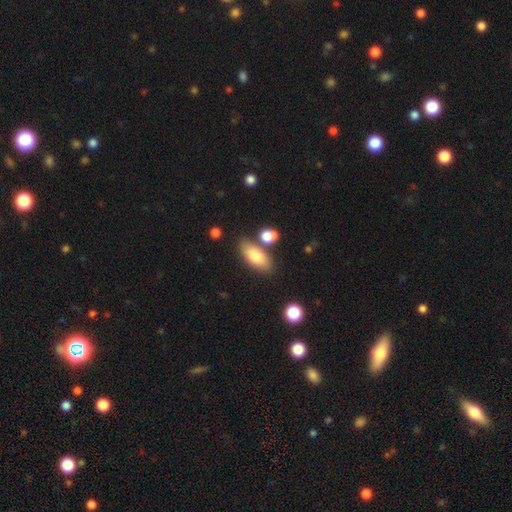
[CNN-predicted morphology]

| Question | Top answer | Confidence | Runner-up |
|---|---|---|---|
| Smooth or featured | smooth | 77% | featured or disk (17%) |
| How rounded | in between | 82% | cigar-shaped (14%) |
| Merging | none | 72% | merger (13%) |